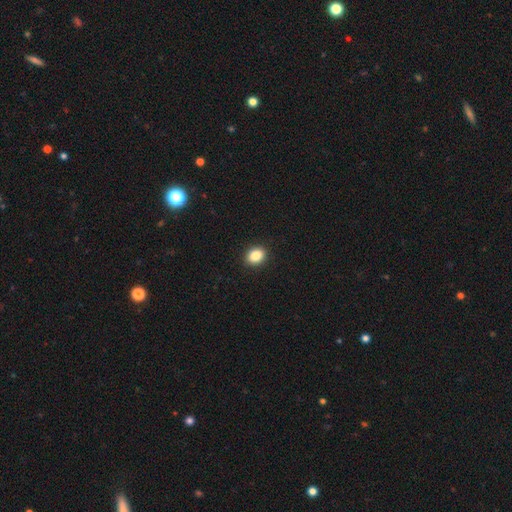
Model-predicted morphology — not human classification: A smooth galaxy with no disk features (86%) that is in between round and cigar-shaped (61%). Merging: none (91%).